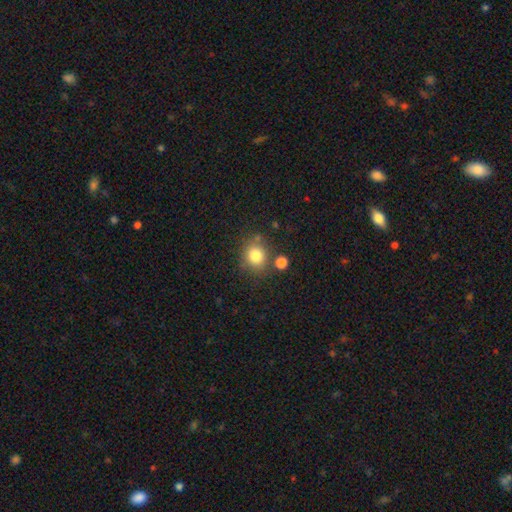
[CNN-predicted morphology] Smooth or featured?
  - smooth: 81% *
  - star or artifact: 12%
  - featured or disk: 8%
How rounded?
  - round: 78% *
  - in between: 21%
  - cigar-shaped: 1%
Merging?
  - none: 74% *
  - minor disturbance: 12%
  - merger: 10%
  - major disturbance: 4%